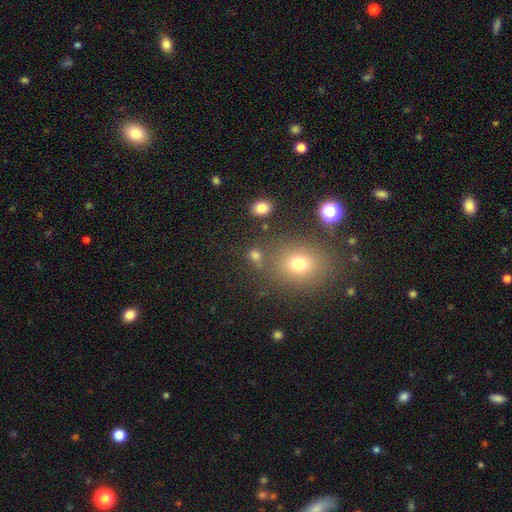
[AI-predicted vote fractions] Smooth or featured: smooth — 65% (star or artifact — 25%)
How rounded: round — 68% (in between — 30%)
Merging: none — 74% (merger — 11%)